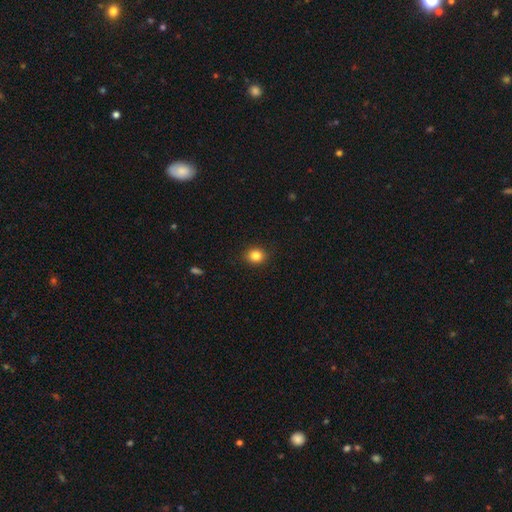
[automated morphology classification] A smooth galaxy with no disk features (84%) that is round (76%). Merging: none (90%).